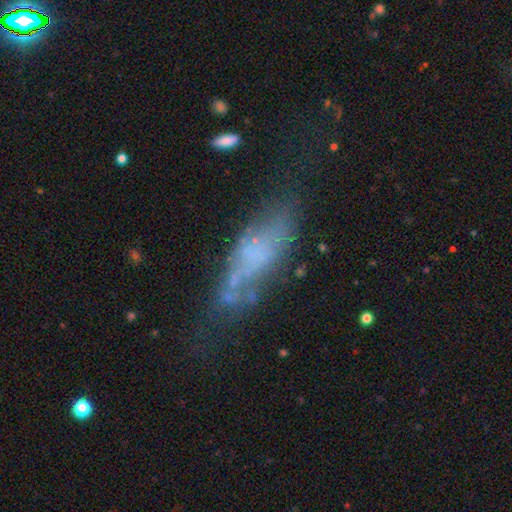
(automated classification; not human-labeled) Q: Smooth or featured?
A: featured or disk (49%); runner-up: smooth (38%)
Q: Merging?
A: none (41%); runner-up: minor disturbance (27%)